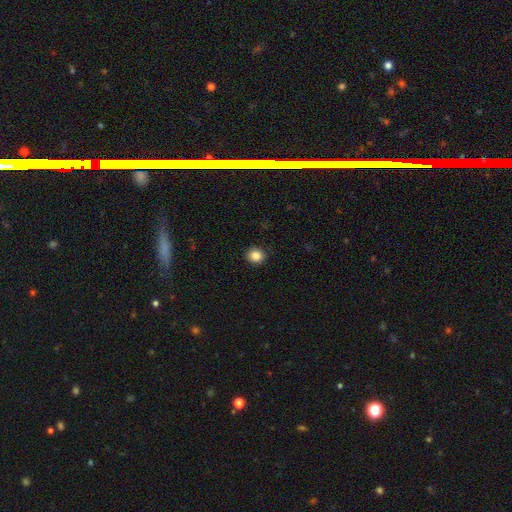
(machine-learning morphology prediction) A smooth galaxy with no disk features (86%) that is round (81%). Merging: none (90%).